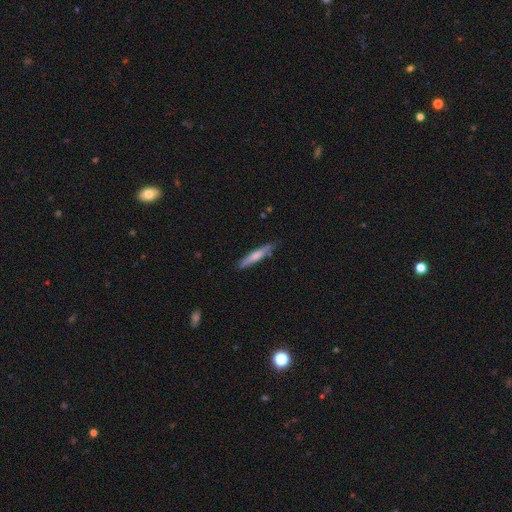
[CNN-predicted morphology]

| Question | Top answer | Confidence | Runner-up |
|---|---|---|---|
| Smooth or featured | smooth | 66% | featured or disk (29%) |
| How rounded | cigar-shaped | 91% | in between (8%) |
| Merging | none | 81% | minor disturbance (15%) |